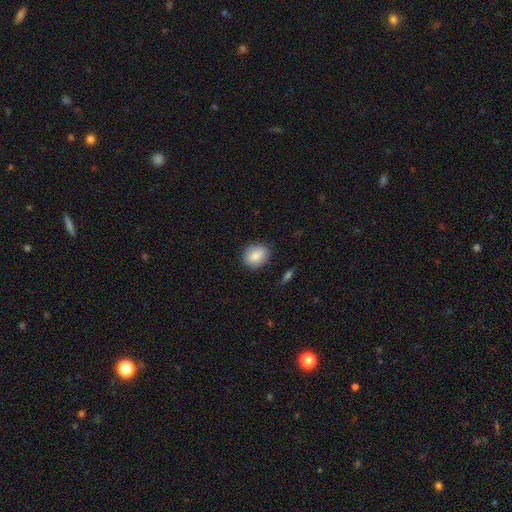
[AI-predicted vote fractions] A smooth galaxy with no disk features (84%) that is round (53%).

Vote fractions:
- Smooth or featured? smooth: 84% / featured or disk: 9% / star or artifact: 7%
- How rounded? round: 53% / in between: 46% / cigar-shaped: 1%
- Merging? none: 82% / minor disturbance: 13% / major disturbance: 3% / merger: 1%